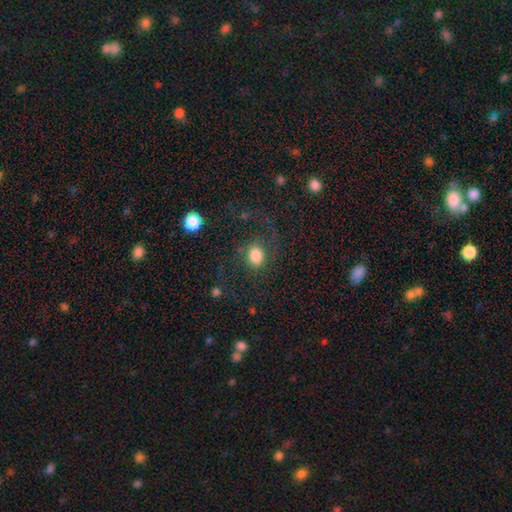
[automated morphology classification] Smooth or featured: smooth — 73% (featured or disk — 15%)
How rounded: round — 54% (in between — 44%)
Merging: none — 65% (major disturbance — 17%)